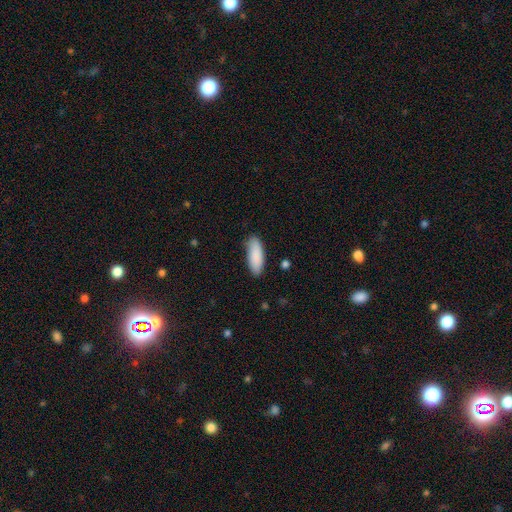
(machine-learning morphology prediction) Smooth or featured: smooth — 89% (star or artifact — 6%)
How rounded: in between — 70% (cigar-shaped — 28%)
Merging: none — 83% (minor disturbance — 13%)